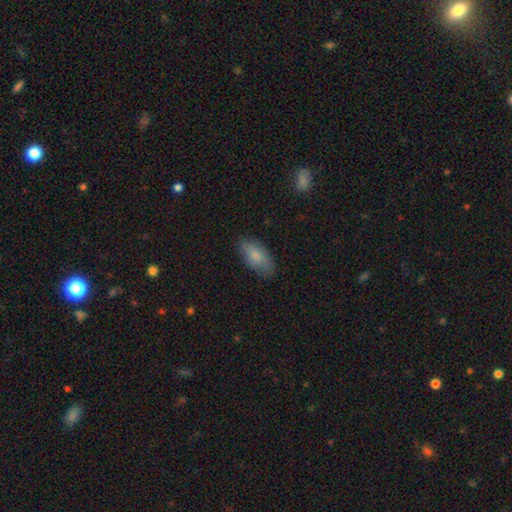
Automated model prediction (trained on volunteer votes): This appears to be a smooth galaxy with no disk features (81%) that is in between round and cigar-shaped (91%). Merging: none (78%).